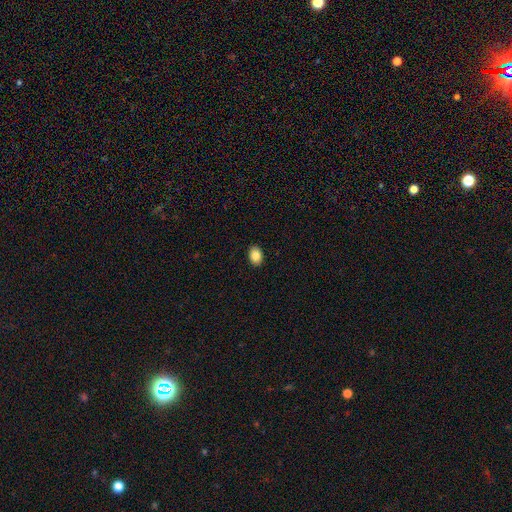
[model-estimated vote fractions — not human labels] smooth 87%, star or artifact 8%, featured or disk 5%. Down the decision tree: how rounded — in between (76%); merging — none (90%).